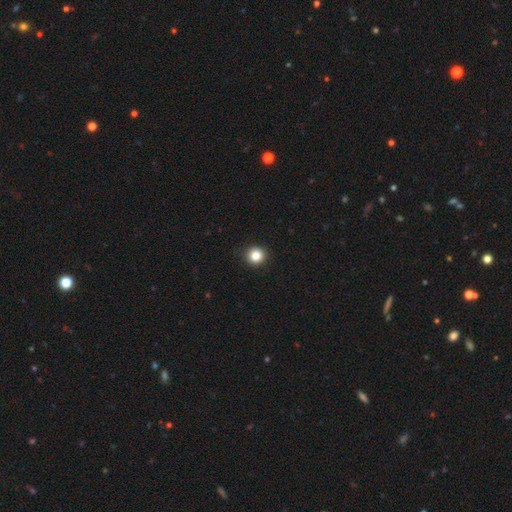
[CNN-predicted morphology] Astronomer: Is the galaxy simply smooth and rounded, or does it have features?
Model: smooth — 85%.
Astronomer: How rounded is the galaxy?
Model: round — 92%.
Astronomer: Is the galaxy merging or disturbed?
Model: none — 91%.